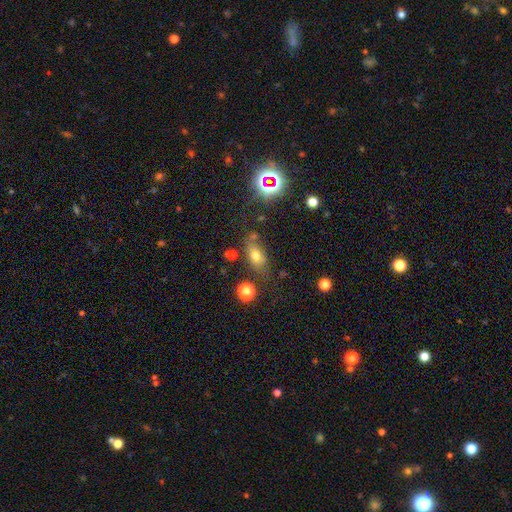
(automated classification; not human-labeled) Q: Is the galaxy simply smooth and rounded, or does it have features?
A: smooth — 66%.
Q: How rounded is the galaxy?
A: in between — 78%.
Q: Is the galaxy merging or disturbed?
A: none — 67%.